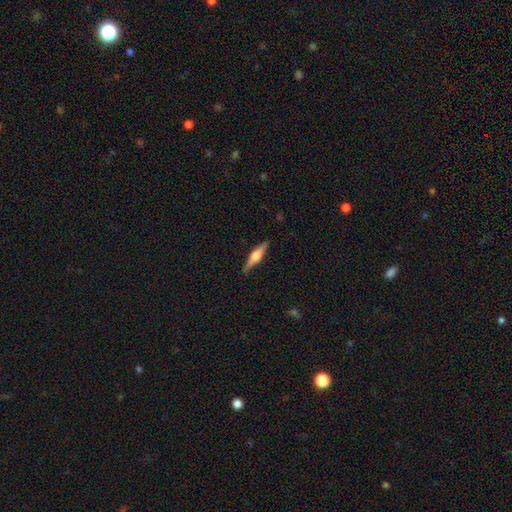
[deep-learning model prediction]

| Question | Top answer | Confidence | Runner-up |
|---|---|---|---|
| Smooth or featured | featured or disk | 65% | smooth (29%) |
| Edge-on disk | yes | 97% | no (3%) |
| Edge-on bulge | rounded | 89% | boxy (8%) |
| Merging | none | 89% | minor disturbance (8%) |